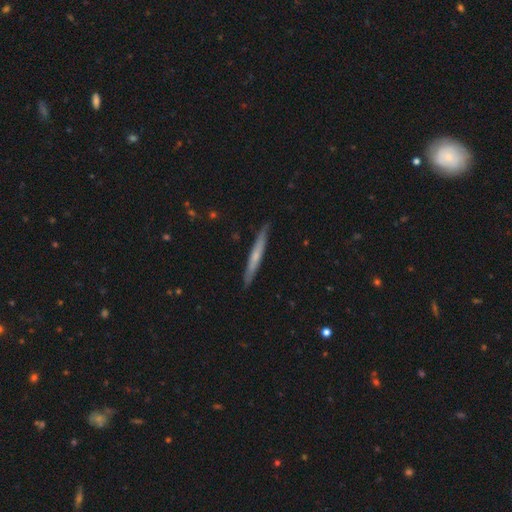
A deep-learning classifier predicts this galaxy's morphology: Q: Smooth or featured?
A: featured or disk (49%); runner-up: smooth (45%)
Q: Merging?
A: none (88%); runner-up: minor disturbance (9%)